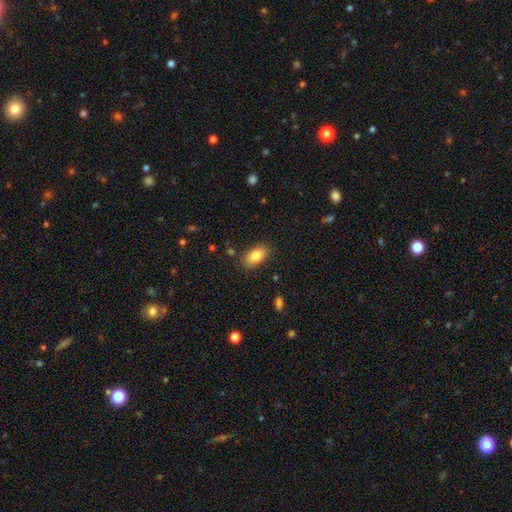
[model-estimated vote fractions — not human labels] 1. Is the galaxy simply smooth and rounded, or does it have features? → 83% smooth, 9% featured or disk, 8% star or artifact.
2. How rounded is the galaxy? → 91% in between, 5% round, 5% cigar-shaped.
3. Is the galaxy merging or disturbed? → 84% none, 11% minor disturbance, 3% major disturbance, 2% merger.